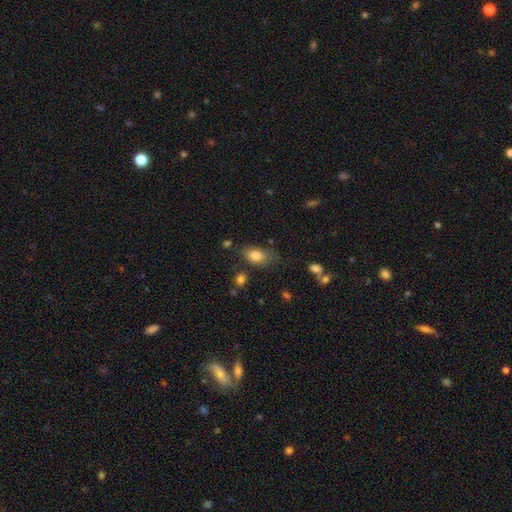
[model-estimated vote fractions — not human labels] This is clearly a smooth galaxy (82%). How rounded: clearly in between (88%). Merging: likely none (63%).